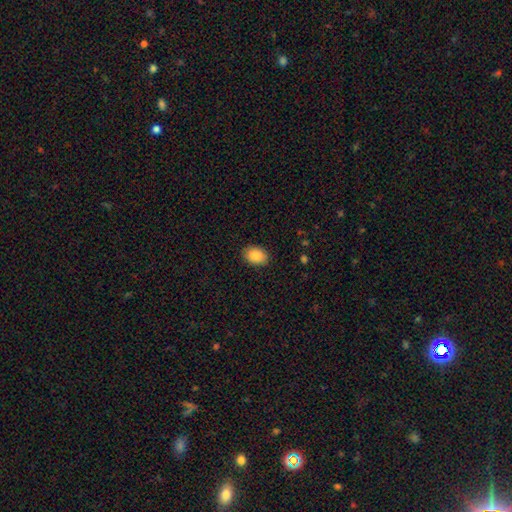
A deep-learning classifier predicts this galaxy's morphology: Smooth or featured? Predicted: smooth (p=0.87). How rounded? Predicted: in between (p=0.76). Merging? Predicted: none (p=0.89).